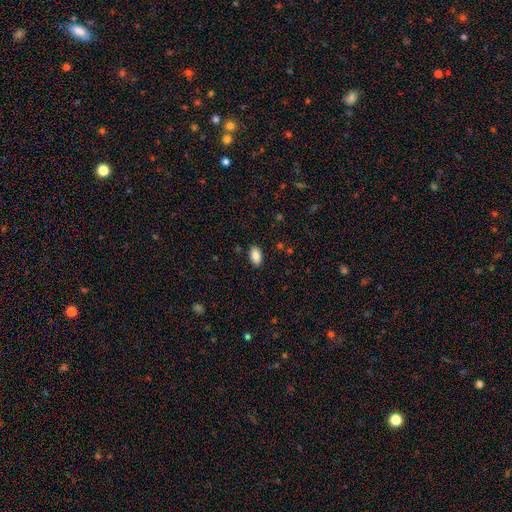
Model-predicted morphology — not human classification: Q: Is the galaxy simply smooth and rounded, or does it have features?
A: smooth — 87%.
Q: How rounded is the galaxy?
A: in between — 93%.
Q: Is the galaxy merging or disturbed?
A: none — 88%.